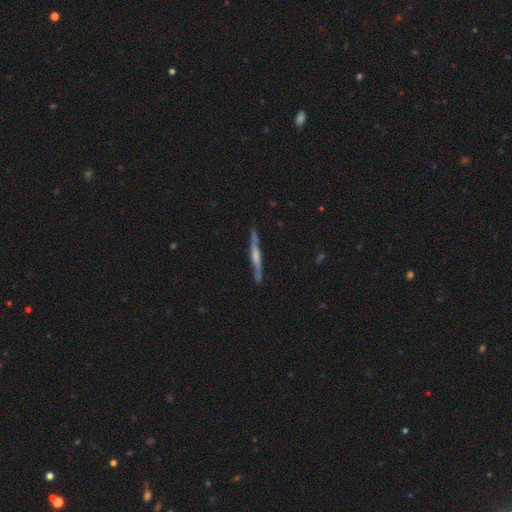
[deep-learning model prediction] This appears to be a featured or disk galaxy (71%) viewed edge-on (97%) with a rounded central bulge (50%). Merging: none (86%).